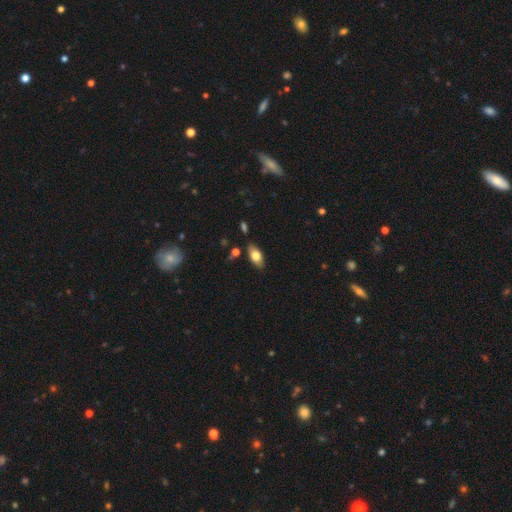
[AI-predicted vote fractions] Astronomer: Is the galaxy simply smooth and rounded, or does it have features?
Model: smooth — 73%.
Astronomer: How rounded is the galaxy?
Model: in between — 88%.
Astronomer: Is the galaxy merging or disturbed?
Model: none — 82%.